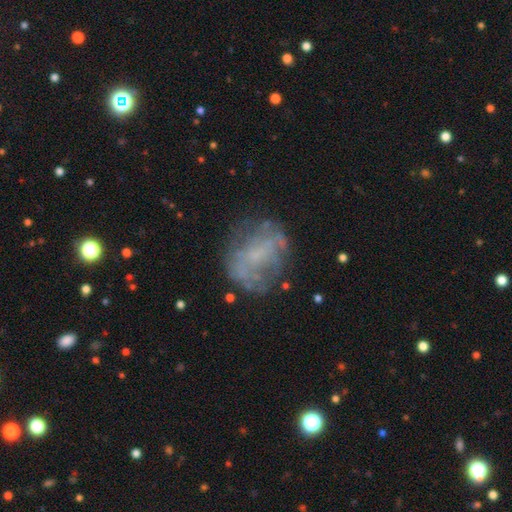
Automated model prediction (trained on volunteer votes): A featured or disk galaxy (53%) with no bar (73%), no spiral arms (65%) and no central bulge (54%). Merging: none (61%).